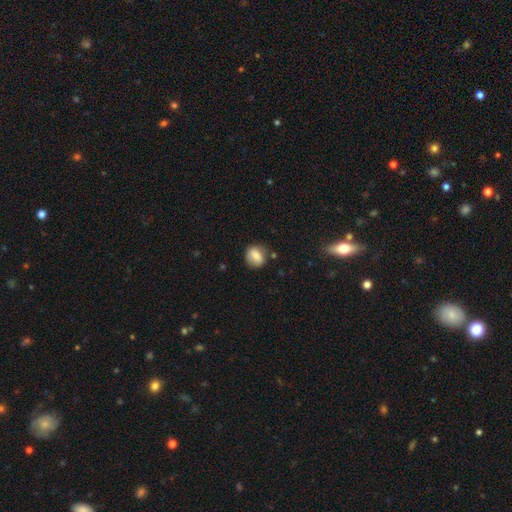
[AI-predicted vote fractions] smooth_or_featured: smooth (p=0.77) [alt: featured or disk p=0.15]
how_rounded: round (p=0.61) [alt: in between p=0.37]
merging: none (p=0.75) [alt: minor disturbance p=0.17]